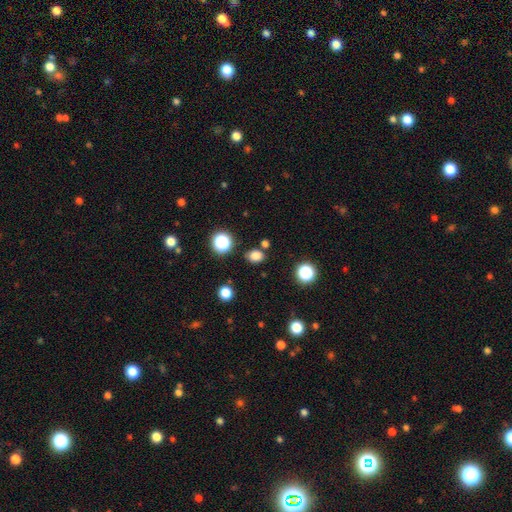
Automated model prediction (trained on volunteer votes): The model was most divided on "how rounded": in between: 50%, round: 49%, cigar-shaped: 1%. More confident: merging — none (80%); smooth or featured — smooth (79%).